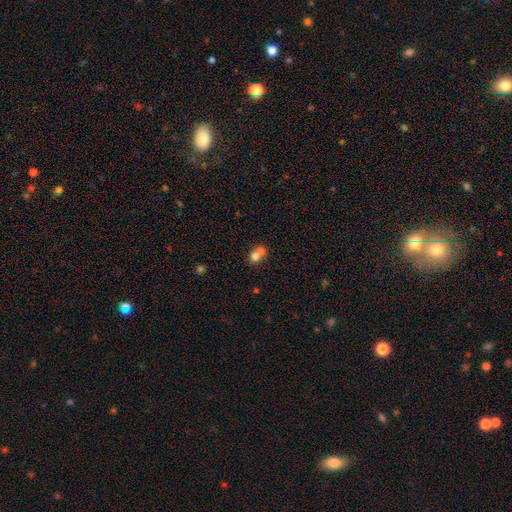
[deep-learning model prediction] The model was most divided on "how rounded": round: 65%, in between: 34%, cigar-shaped: 1%. More confident: smooth or featured — smooth (72%); merging — merger (62%).